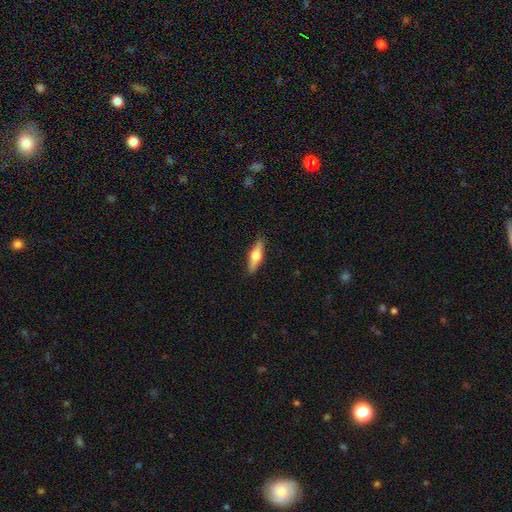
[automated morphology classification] A smooth galaxy with no disk features (49%).

Vote fractions:
- Smooth or featured? smooth: 49% / featured or disk: 45% / star or artifact: 6%
- Merging? none: 89% / minor disturbance: 8% / major disturbance: 2% / merger: 1%